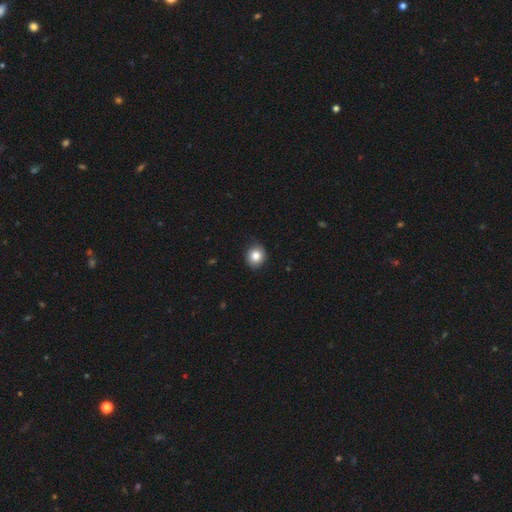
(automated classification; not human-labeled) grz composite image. It shows a smooth galaxy with no disk features (82%) that is round (77%). Merging: none (84%).